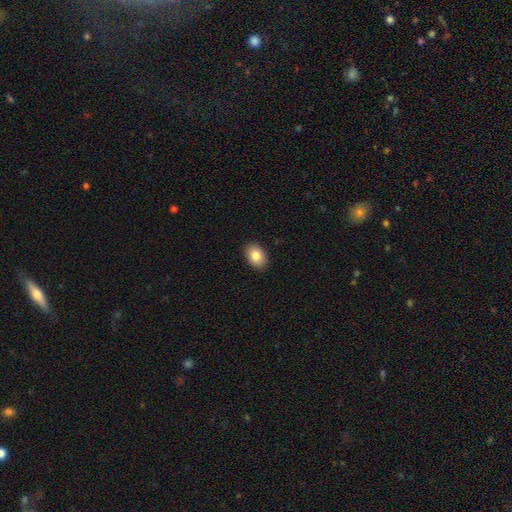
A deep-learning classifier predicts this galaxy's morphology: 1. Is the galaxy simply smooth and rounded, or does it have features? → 84% smooth, 8% featured or disk, 8% star or artifact.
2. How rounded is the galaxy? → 81% in between, 18% round, 1% cigar-shaped.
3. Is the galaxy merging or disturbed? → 90% none, 8% minor disturbance, 2% major disturbance, 1% merger.